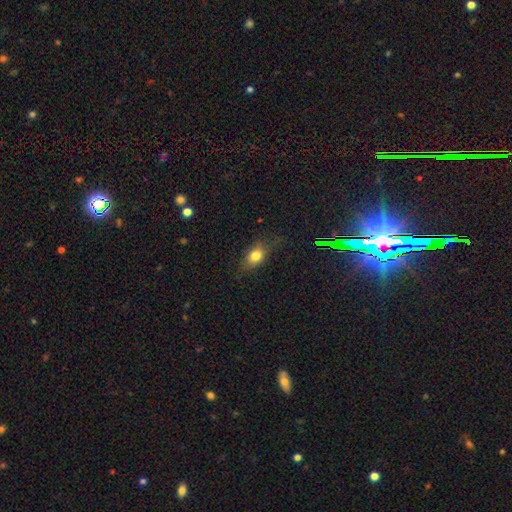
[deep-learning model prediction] Q: Smooth or featured?
A: smooth (76%); runner-up: featured or disk (13%)
Q: How rounded?
A: in between (71%); runner-up: round (21%)
Q: Merging?
A: none (72%); runner-up: minor disturbance (20%)